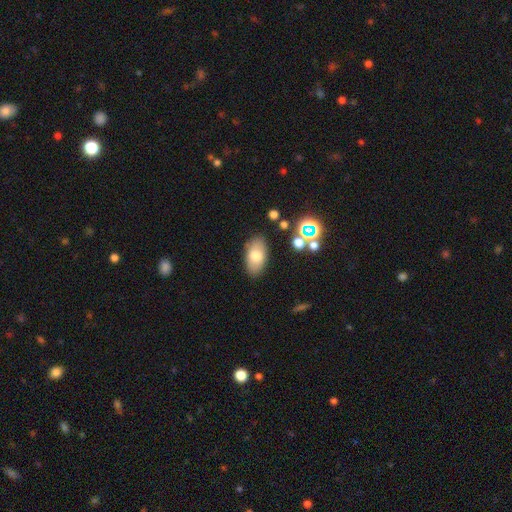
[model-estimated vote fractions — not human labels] Smooth or featured?
  - smooth: 74% *
  - featured or disk: 17%
  - star or artifact: 9%
How rounded?
  - in between: 93% *
  - round: 5%
  - cigar-shaped: 2%
Merging?
  - none: 83% *
  - minor disturbance: 11%
  - major disturbance: 3%
  - merger: 3%